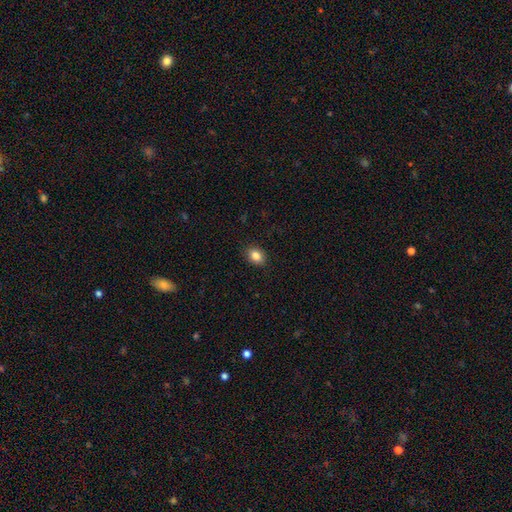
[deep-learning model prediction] This is clearly a smooth galaxy (84%). How rounded: likely in between (71%). Merging: clearly none (89%).